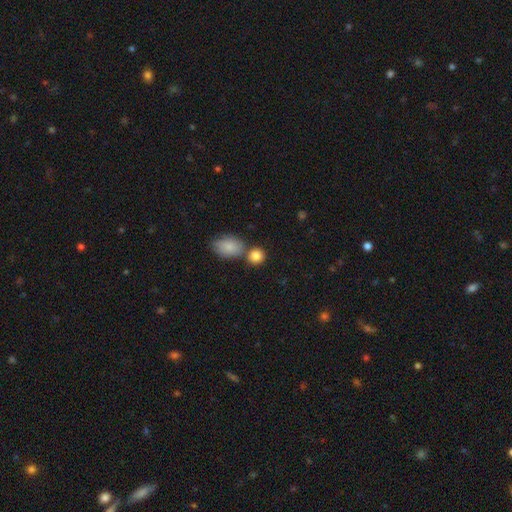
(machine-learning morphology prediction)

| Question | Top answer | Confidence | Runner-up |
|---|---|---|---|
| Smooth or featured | smooth | 86% | star or artifact (8%) |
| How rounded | round | 78% | in between (21%) |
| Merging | none | 59% | merger (28%) |